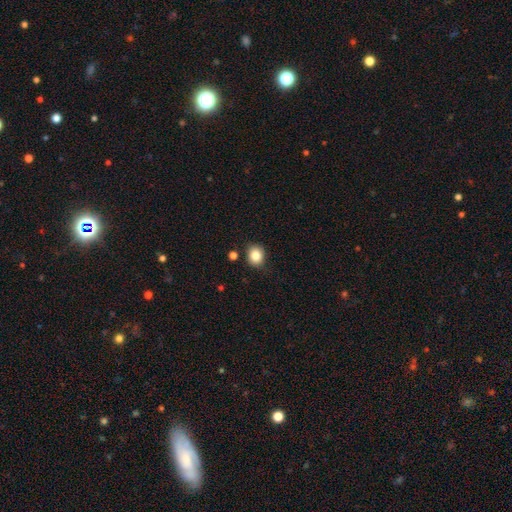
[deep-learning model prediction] Smooth or featured: smooth — 85% (star or artifact — 10%)
How rounded: round — 69% (in between — 30%)
Merging: none — 83% (minor disturbance — 11%)